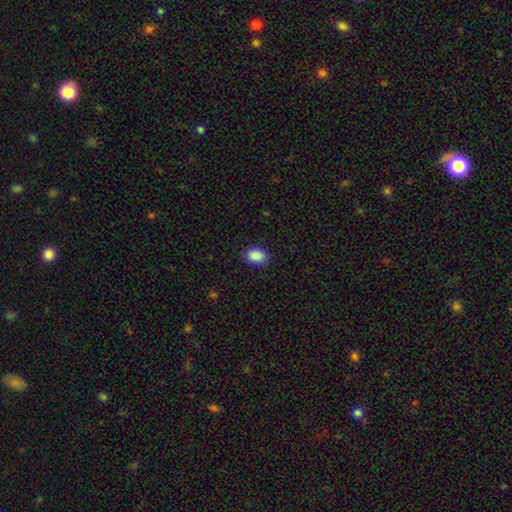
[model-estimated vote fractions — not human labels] Morphology: type=smooth (90%); roundness=in between (79%); merging=none (86%).